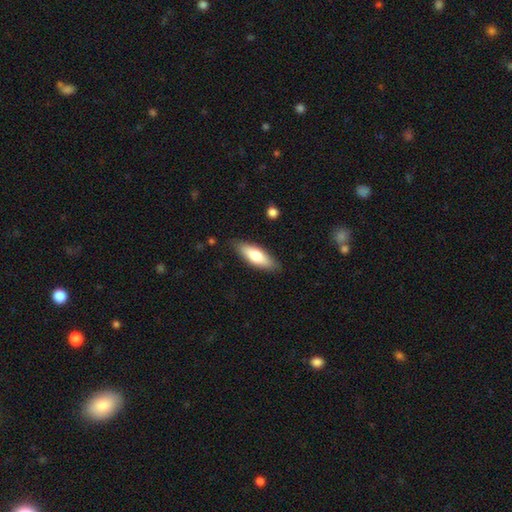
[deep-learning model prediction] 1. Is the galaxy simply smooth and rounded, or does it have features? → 71% smooth, 24% featured or disk, 5% star or artifact.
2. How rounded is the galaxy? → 60% in between, 38% cigar-shaped, 2% round.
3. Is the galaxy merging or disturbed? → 85% none, 11% minor disturbance, 2% major disturbance, 1% merger.